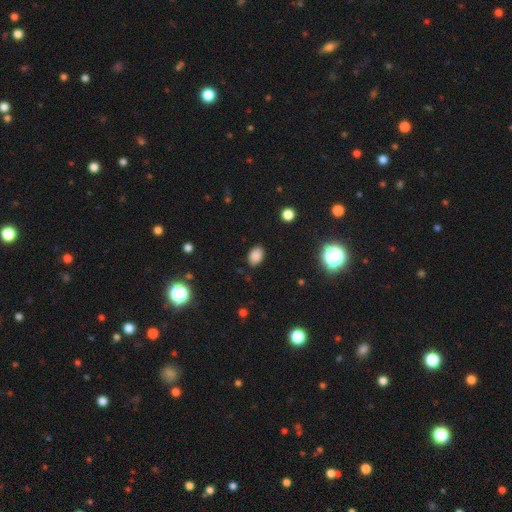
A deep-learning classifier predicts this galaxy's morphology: This appears to be a smooth galaxy with no disk features (83%) that is in between round and cigar-shaped (81%). Merging: none (84%).